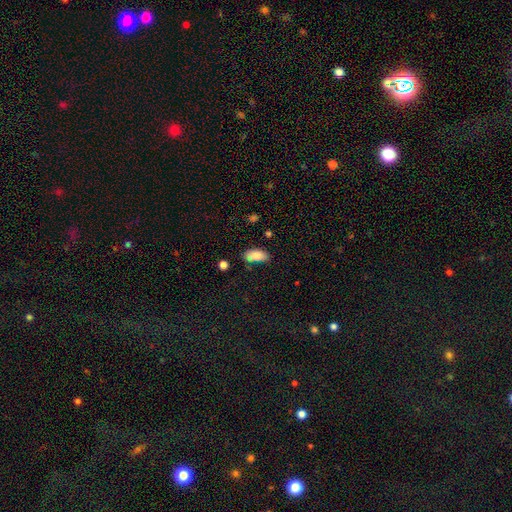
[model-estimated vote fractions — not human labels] This appears to be a smooth galaxy with no disk features (86%) that is in between round and cigar-shaped (90%). Merging: none (69%).